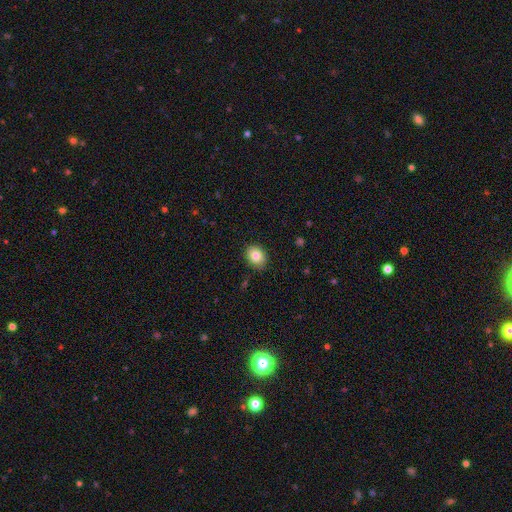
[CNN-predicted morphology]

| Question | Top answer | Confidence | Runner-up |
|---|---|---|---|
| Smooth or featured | smooth | 84% | star or artifact (9%) |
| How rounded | round | 50% | in between (49%) |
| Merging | none | 87% | minor disturbance (10%) |